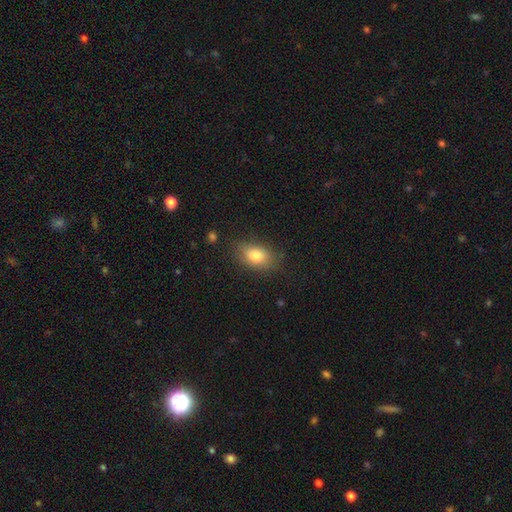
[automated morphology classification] smooth-or-featured: smooth: 80% | featured or disk: 11% | star or artifact: 9%
  how-rounded: in between: 83% | round: 14% | cigar-shaped: 3%
  merging: none: 78% | minor disturbance: 16% | major disturbance: 4% | merger: 2%